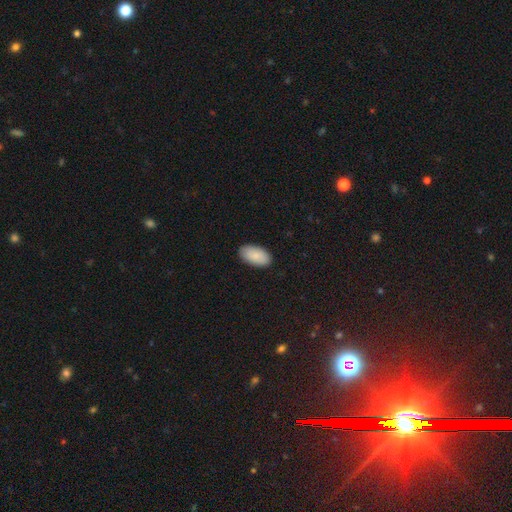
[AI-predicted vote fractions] Q: Smooth or featured?
A: smooth (88%); runner-up: featured or disk (6%)
Q: How rounded?
A: in between (96%); runner-up: round (3%)
Q: Merging?
A: none (89%); runner-up: minor disturbance (9%)